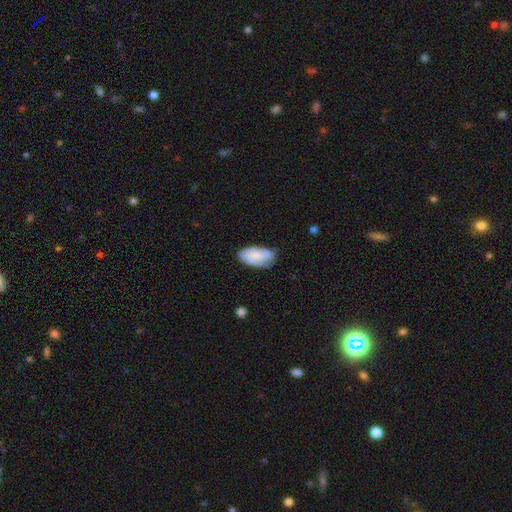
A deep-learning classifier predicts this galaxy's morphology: A smooth galaxy with no disk features (57%) that is in between round and cigar-shaped (93%).

Vote fractions:
- Smooth or featured? smooth: 57% / featured or disk: 36% / star or artifact: 7%
- How rounded? in between: 93% / round: 4% / cigar-shaped: 3%
- Merging? none: 62% / minor disturbance: 28% / major disturbance: 7% / merger: 3%